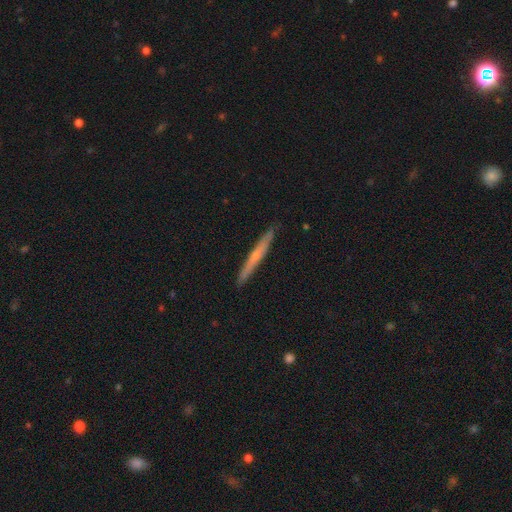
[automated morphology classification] This is possibly a featured or disk galaxy (55%). It is clearly viewed edge-on (96%). Edge-on bulge: possibly none (49%). Merging: clearly none (90%).